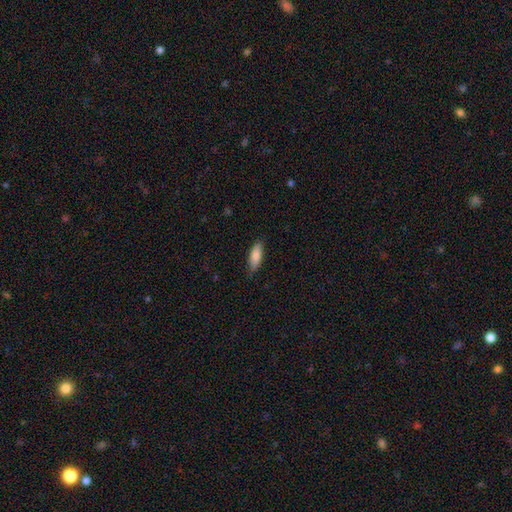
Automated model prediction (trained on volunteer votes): Smooth or featured: smooth — 84% (featured or disk — 10%)
How rounded: in between — 64% (cigar-shaped — 35%)
Merging: none — 82% (minor disturbance — 15%)